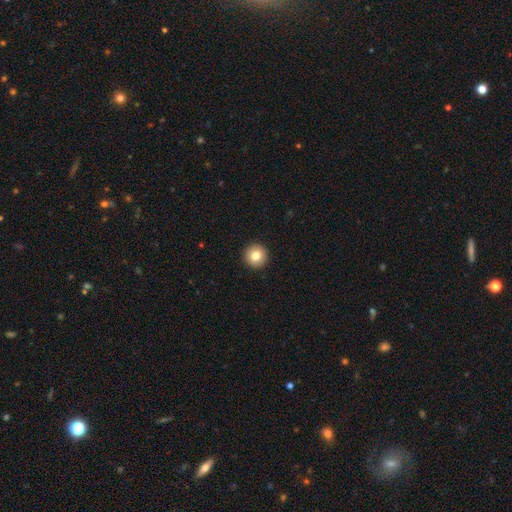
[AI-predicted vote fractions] Overall: smooth (81%). How rounded: round (96%). Merging: none (94%).